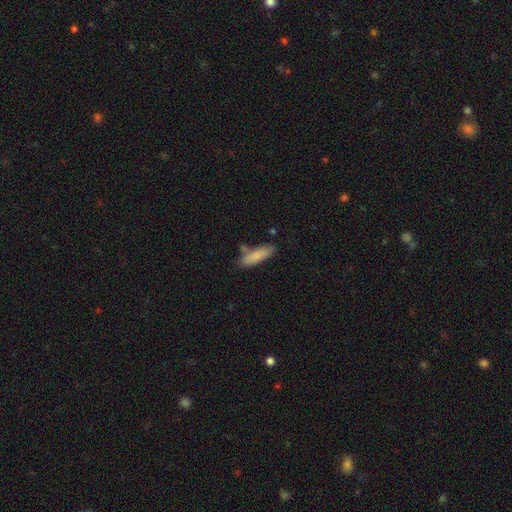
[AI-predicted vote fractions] This appears to be a smooth galaxy with no disk features (83%) that is cigar-shaped (55%). Merging: none (69%).